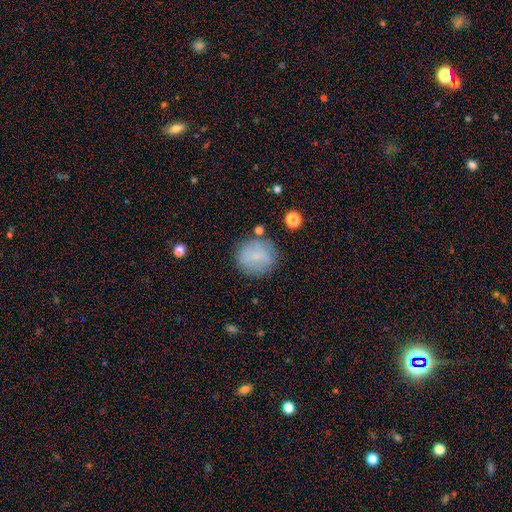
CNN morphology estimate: A smooth galaxy with no disk features (71%) that is round (89%). Merging: none (79%).